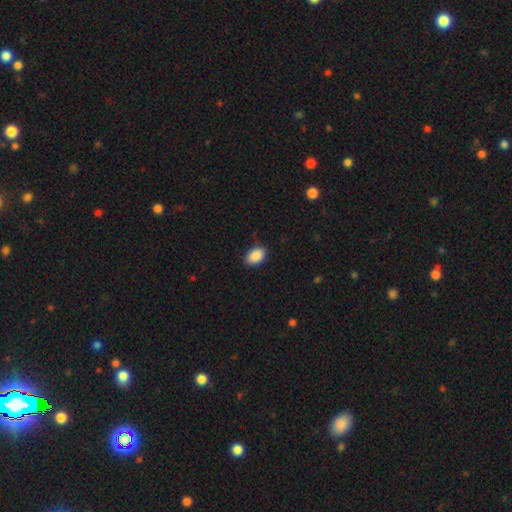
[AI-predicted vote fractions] Smooth or featured? Predicted: smooth (p=0.90). How rounded? Predicted: in between (p=0.87). Merging? Predicted: none (p=0.85).